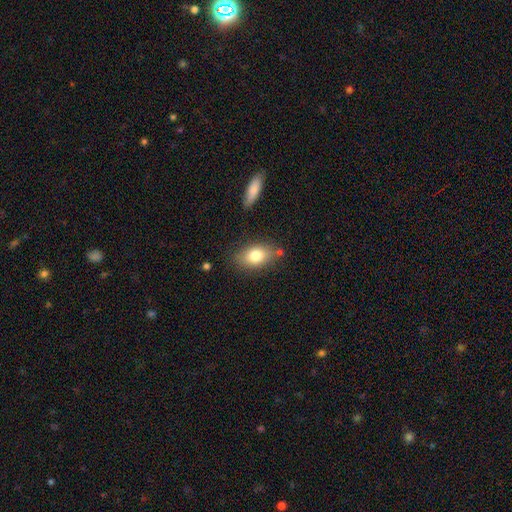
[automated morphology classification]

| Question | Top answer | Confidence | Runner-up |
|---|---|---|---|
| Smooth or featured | smooth | 79% | featured or disk (13%) |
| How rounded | in between | 87% | round (10%) |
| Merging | none | 77% | minor disturbance (14%) |